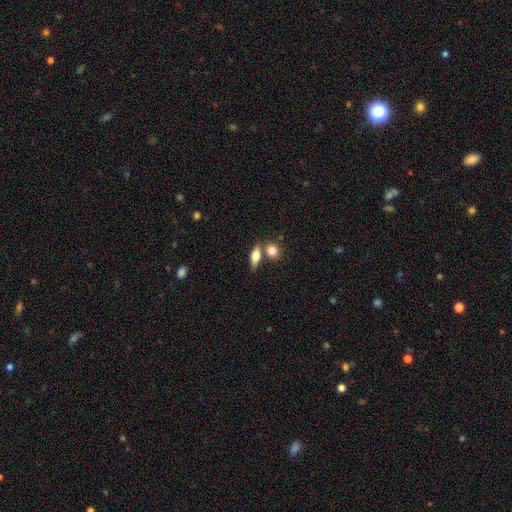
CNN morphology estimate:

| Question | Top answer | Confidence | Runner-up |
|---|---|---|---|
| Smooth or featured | smooth | 64% | featured or disk (27%) |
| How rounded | in between | 66% | cigar-shaped (23%) |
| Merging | none | 59% | merger (23%) |